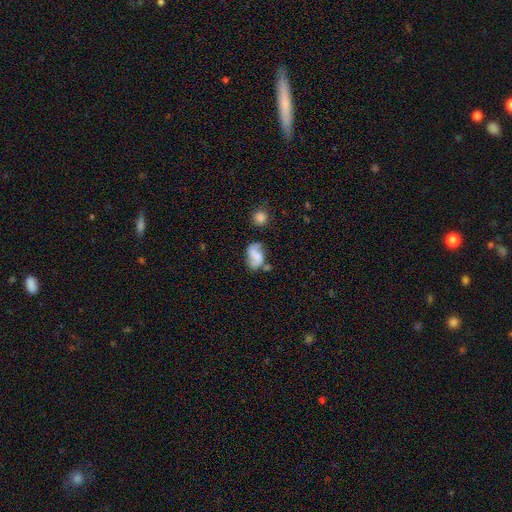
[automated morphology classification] smooth_or_featured: featured or disk (p=0.50) [alt: smooth p=0.41]
merging: none (p=0.49) [alt: minor disturbance p=0.24]